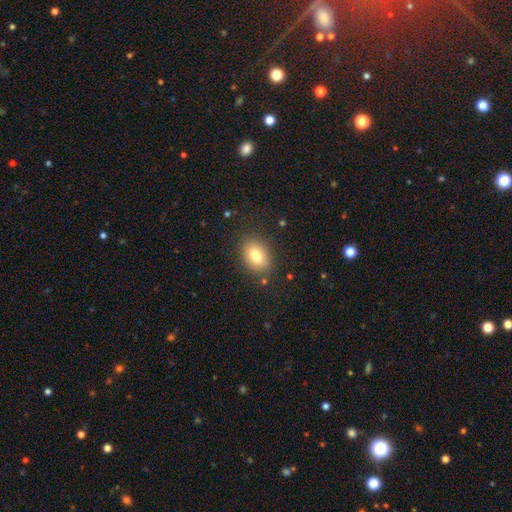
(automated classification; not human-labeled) Smooth or featured? smooth (79%)
How rounded? in between (66%)
Merging? none (84%)